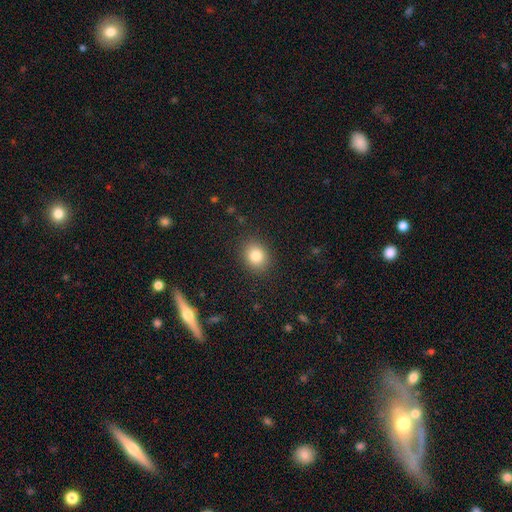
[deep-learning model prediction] Smooth or featured?
  - smooth: 82% *
  - star or artifact: 10%
  - featured or disk: 7%
How rounded?
  - round: 64% *
  - in between: 35%
  - cigar-shaped: 1%
Merging?
  - none: 88% *
  - minor disturbance: 8%
  - major disturbance: 3%
  - merger: 1%